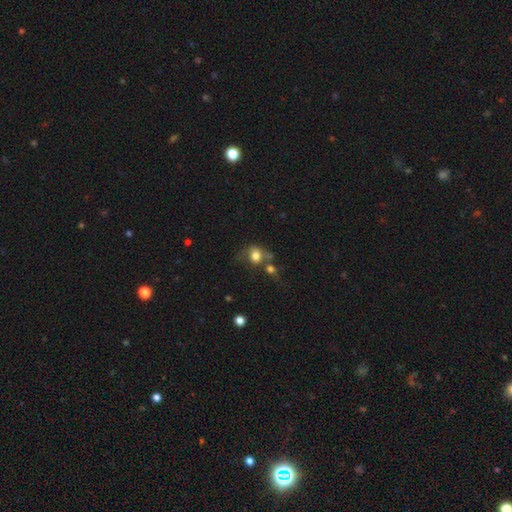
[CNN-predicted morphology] This appears to be a smooth galaxy with no disk features (75%) that is round (59%). Merging: merger (33%, tied with none).